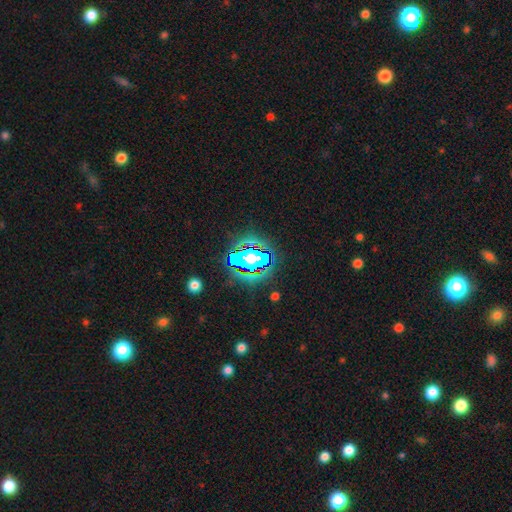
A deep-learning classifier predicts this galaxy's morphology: A star or artifact, not a galaxy (51%).